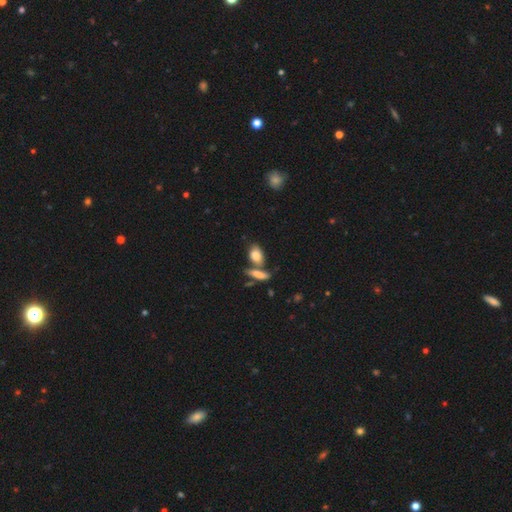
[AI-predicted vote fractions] smooth-or-featured: smooth: 81% | featured or disk: 11% | star or artifact: 8%
  how-rounded: in between: 77% | round: 15% | cigar-shaped: 7%
  merging: none: 47% | merger: 36% | minor disturbance: 12% | major disturbance: 5%